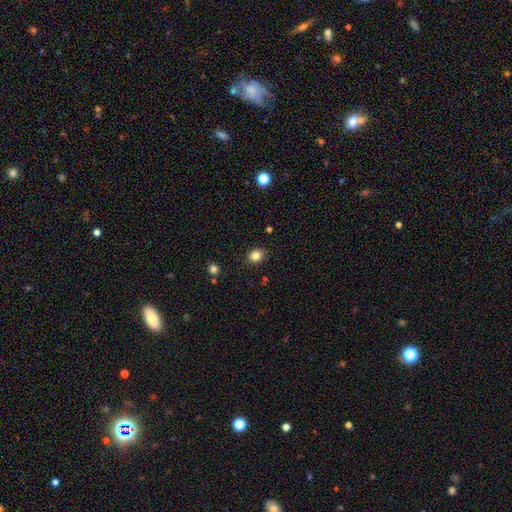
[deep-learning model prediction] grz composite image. It shows a smooth galaxy with no disk features (83%) that is round (60%). Merging: none (87%).